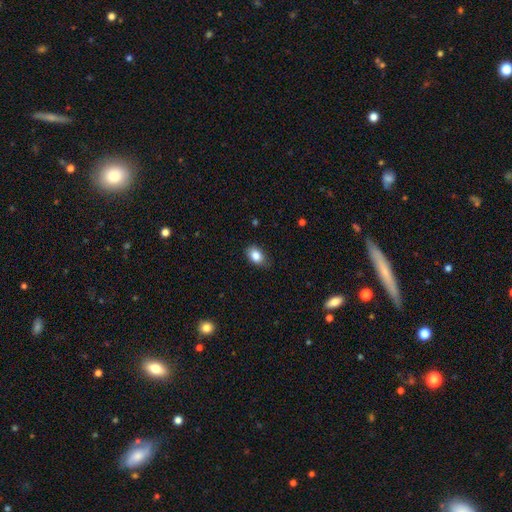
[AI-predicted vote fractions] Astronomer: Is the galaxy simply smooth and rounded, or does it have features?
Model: smooth — 85%.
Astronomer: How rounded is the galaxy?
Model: in between — 81%.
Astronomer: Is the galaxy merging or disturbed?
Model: none — 78%.